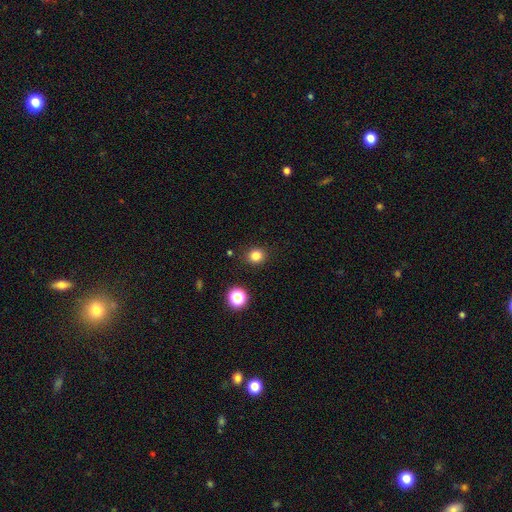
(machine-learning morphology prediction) smooth 81%, star or artifact 14%, featured or disk 5%. Down the decision tree: how rounded — round (85%); merging — none (89%).